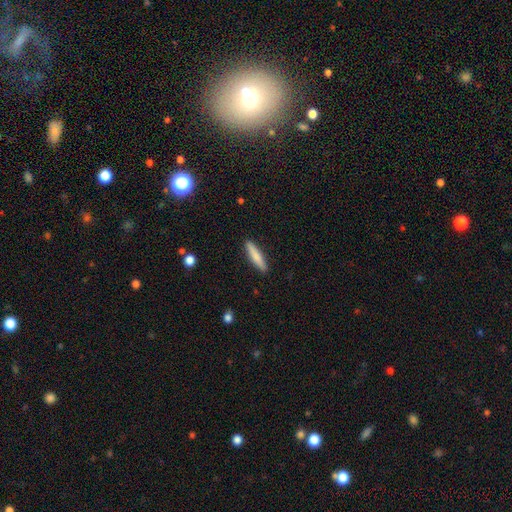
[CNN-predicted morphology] Q: Smooth or featured?
A: smooth (79%); runner-up: featured or disk (15%)
Q: How rounded?
A: cigar-shaped (86%); runner-up: in between (12%)
Q: Merging?
A: none (91%); runner-up: minor disturbance (6%)